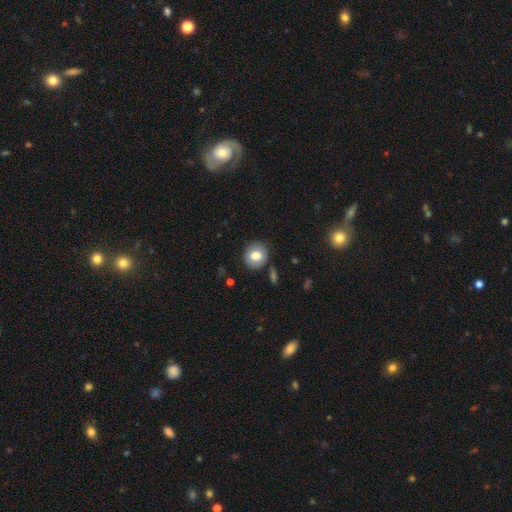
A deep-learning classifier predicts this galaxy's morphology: Smooth or featured? Predicted: smooth (p=0.79). How rounded? Predicted: round (p=0.80). Merging? Predicted: none (p=0.85).